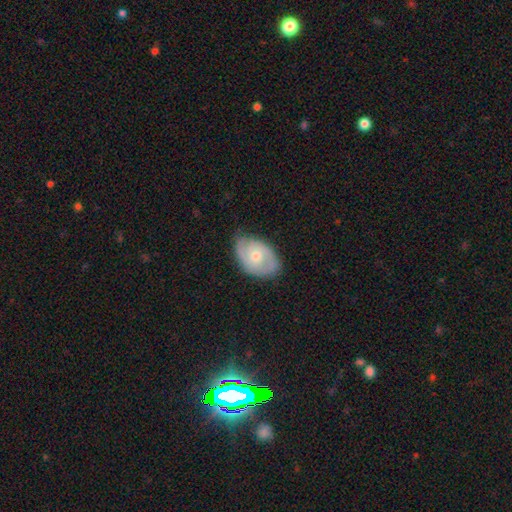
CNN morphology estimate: featured or disk 68%, smooth 26%, star or artifact 6%. Down the decision tree: edge-on disk — no (95%); bar — no (72%); spiral arms — yes (84%); spiral arm count — 2 (68%); spiral winding — tight (51%); bulge size — moderate (57%); merging — none (71%).